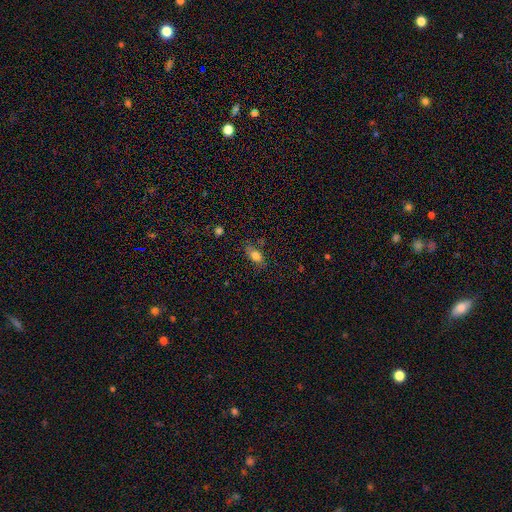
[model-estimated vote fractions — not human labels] Morphology: type=smooth (79%); roundness=in between (83%); merging=none (72%).